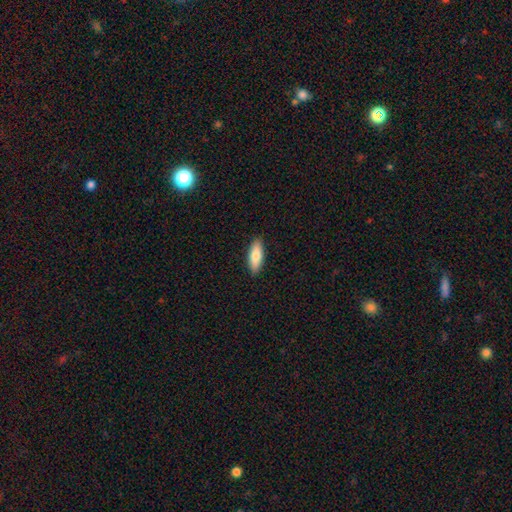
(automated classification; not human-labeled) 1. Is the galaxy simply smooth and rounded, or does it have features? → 81% smooth, 13% featured or disk, 6% star or artifact.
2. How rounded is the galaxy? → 66% in between, 32% cigar-shaped, 2% round.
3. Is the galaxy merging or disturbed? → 90% none, 7% minor disturbance, 2% major disturbance, 1% merger.